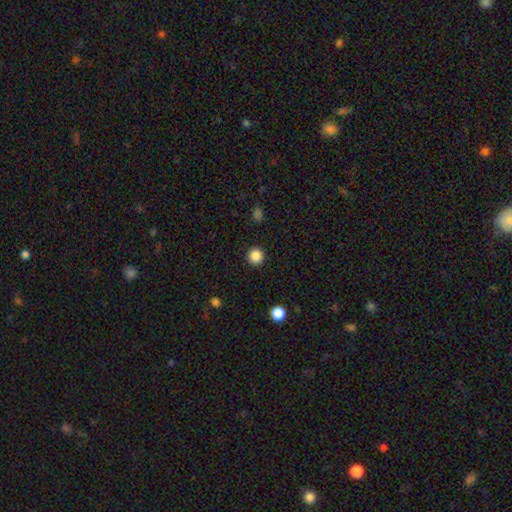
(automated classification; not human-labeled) This is clearly a smooth galaxy (87%). How rounded: clearly round (94%). Merging: clearly none (93%).